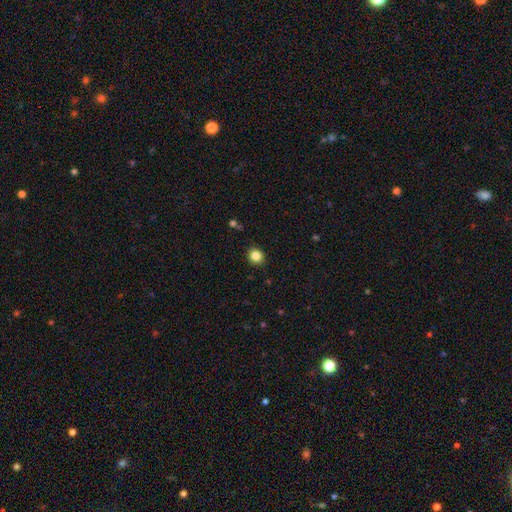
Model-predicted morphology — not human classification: This appears to be a smooth galaxy with no disk features (84%) that is round (82%). Merging: none (90%).